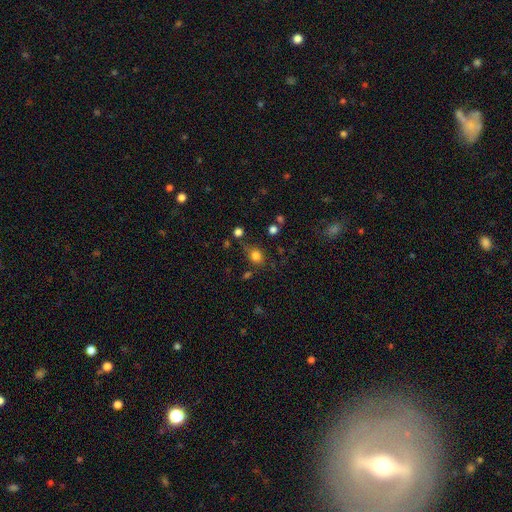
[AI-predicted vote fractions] Q: Smooth or featured?
A: smooth (80%); runner-up: star or artifact (14%)
Q: How rounded?
A: round (67%); runner-up: in between (32%)
Q: Merging?
A: none (68%); runner-up: minor disturbance (19%)